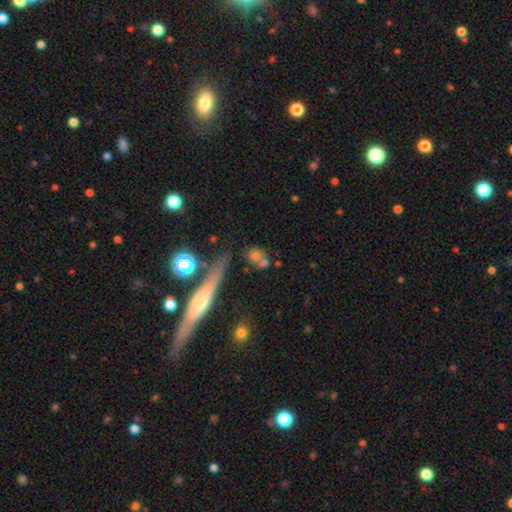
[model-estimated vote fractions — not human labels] A smooth galaxy with no disk features (66%) that is round (58%).

Vote fractions:
- Smooth or featured? smooth: 66% / featured or disk: 18% / star or artifact: 16%
- How rounded? round: 58% / in between: 31% / cigar-shaped: 11%
- Merging? none: 57% / merger: 23% / minor disturbance: 13% / major disturbance: 7%